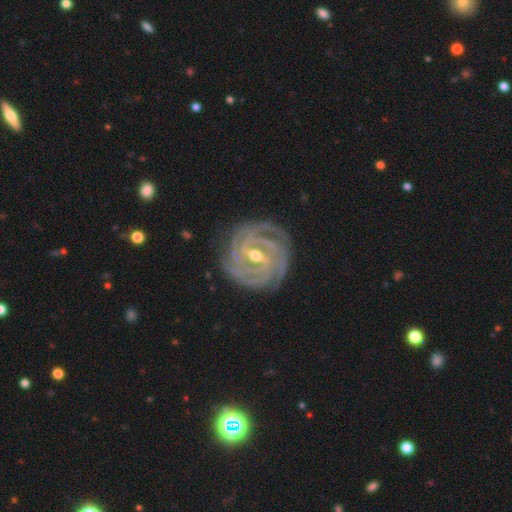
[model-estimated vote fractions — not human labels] Morphology: type=featured or disk (93%); edge-on=no (97%); bar=strong (51%); spiral arms=yes (98%); winding=tight (85%); arm count=3 (29%); bulge=moderate (61%); merging=none (83%).